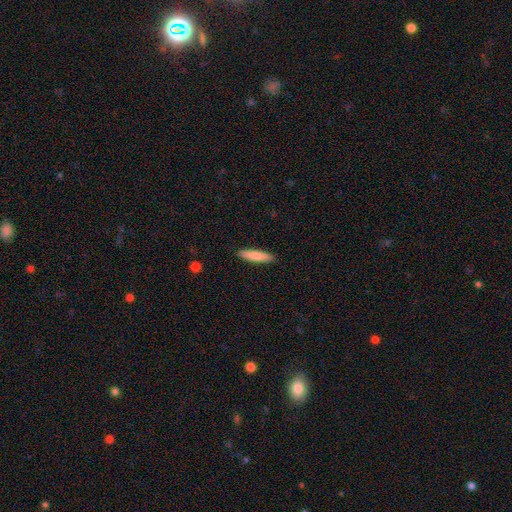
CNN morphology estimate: This is clearly a smooth galaxy (83%). How rounded: clearly cigar-shaped (81%). Merging: clearly none (91%).